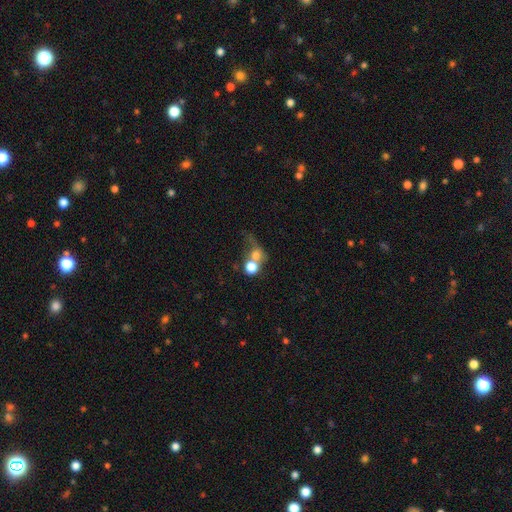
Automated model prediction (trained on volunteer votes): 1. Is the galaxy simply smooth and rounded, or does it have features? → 65% smooth, 20% featured or disk, 15% star or artifact.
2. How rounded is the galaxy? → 74% round, 24% in between, 2% cigar-shaped.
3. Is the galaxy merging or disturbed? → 54% merger, 23% none, 15% major disturbance, 8% minor disturbance.